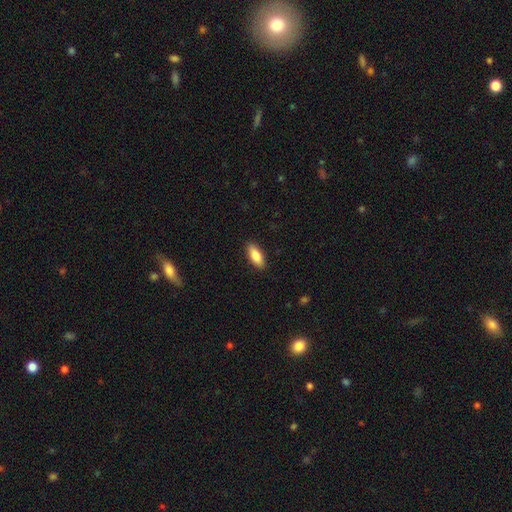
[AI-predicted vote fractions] Smooth or featured: smooth — 86% (featured or disk — 8%)
How rounded: in between — 78% (cigar-shaped — 20%)
Merging: none — 89% (minor disturbance — 8%)